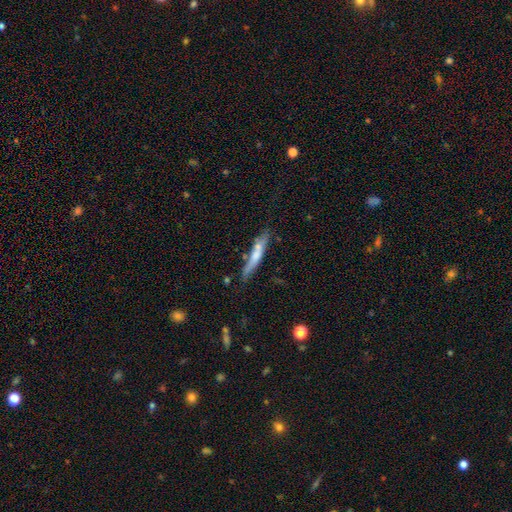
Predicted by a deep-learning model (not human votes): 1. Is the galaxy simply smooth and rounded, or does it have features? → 48% smooth, 45% featured or disk, 7% star or artifact.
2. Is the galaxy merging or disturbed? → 71% none, 18% minor disturbance, 7% merger, 4% major disturbance.